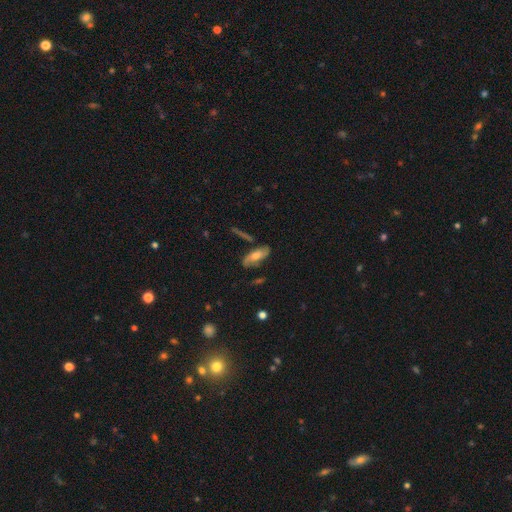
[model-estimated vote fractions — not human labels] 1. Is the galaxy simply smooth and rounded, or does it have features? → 50% featured or disk, 42% smooth, 8% star or artifact.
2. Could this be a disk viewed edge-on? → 77% no, 23% yes.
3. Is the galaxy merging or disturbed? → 70% none, 19% minor disturbance, 6% major disturbance, 4% merger.